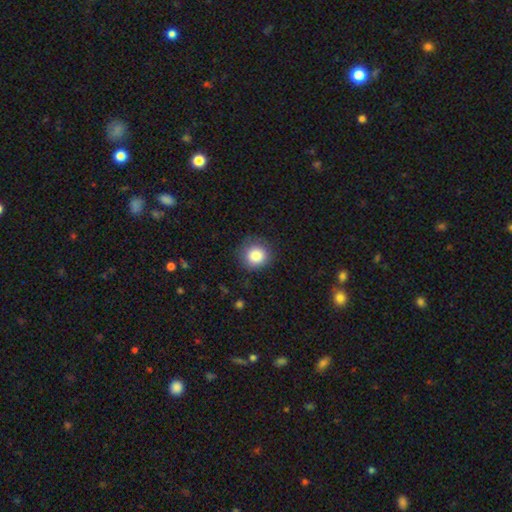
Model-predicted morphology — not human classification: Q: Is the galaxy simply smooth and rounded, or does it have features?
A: smooth — 86%.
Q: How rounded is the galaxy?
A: round — 91%.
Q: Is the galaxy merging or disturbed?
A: none — 84%.